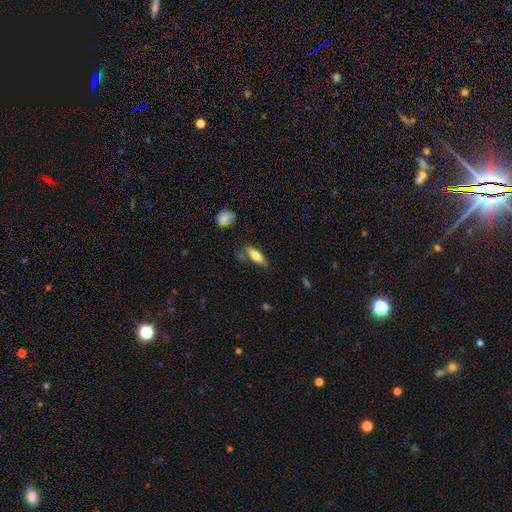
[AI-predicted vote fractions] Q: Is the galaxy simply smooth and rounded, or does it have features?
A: smooth — 69%.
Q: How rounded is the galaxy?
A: in between — 55%.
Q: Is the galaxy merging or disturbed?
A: none — 75%.